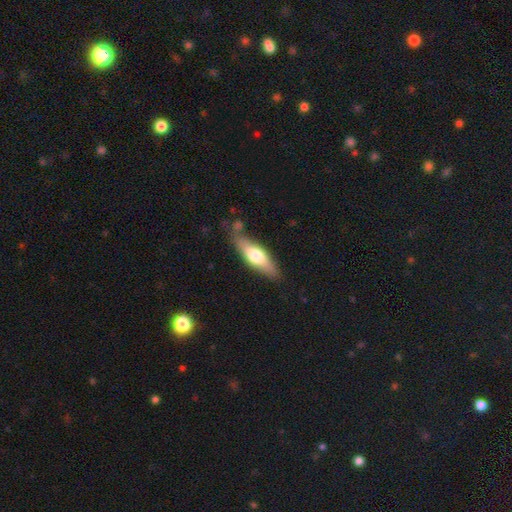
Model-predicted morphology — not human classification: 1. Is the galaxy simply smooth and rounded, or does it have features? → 58% smooth, 36% featured or disk, 6% star or artifact.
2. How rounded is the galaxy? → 50% in between, 47% cigar-shaped, 2% round.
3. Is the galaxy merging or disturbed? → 73% none, 18% minor disturbance, 5% merger, 4% major disturbance.